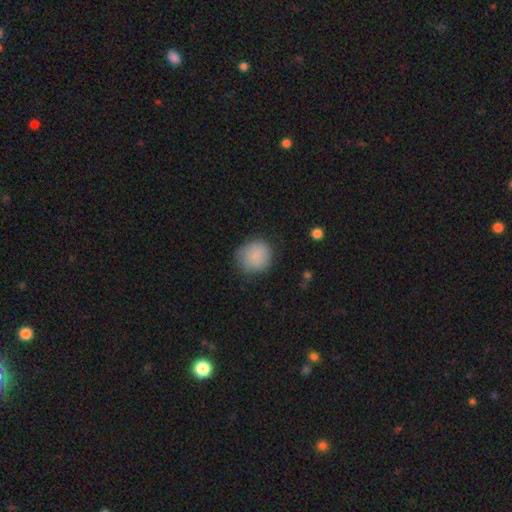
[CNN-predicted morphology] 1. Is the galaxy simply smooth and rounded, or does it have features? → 85% smooth, 8% featured or disk, 7% star or artifact.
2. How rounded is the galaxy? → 84% round, 15% in between, 1% cigar-shaped.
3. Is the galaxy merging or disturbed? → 72% none, 21% minor disturbance, 6% major disturbance, 1% merger.